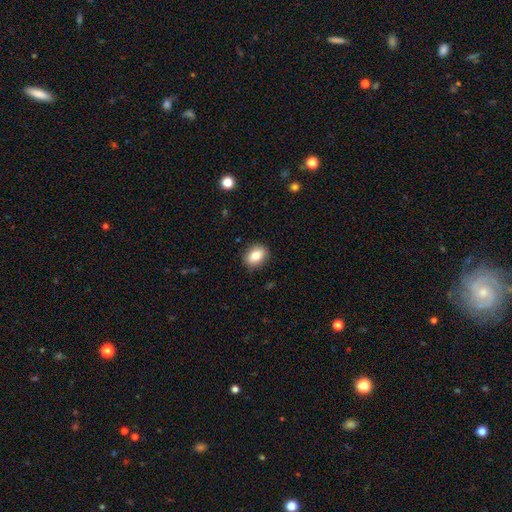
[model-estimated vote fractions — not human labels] This is clearly a smooth galaxy (83%). How rounded: likely in between (61%). Merging: clearly none (89%).